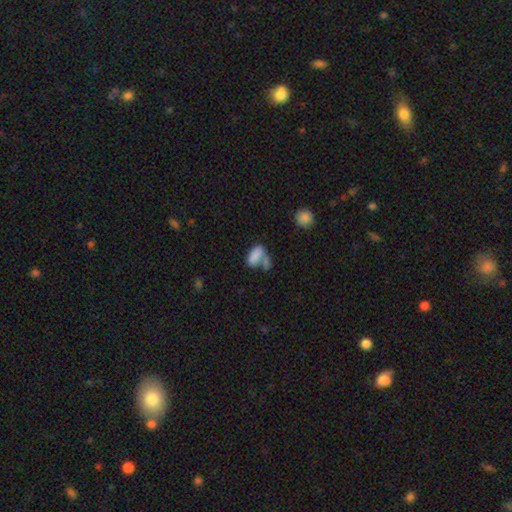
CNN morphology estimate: Smooth or featured? smooth (77%)
How rounded? in between (86%)
Merging? merger (42%)